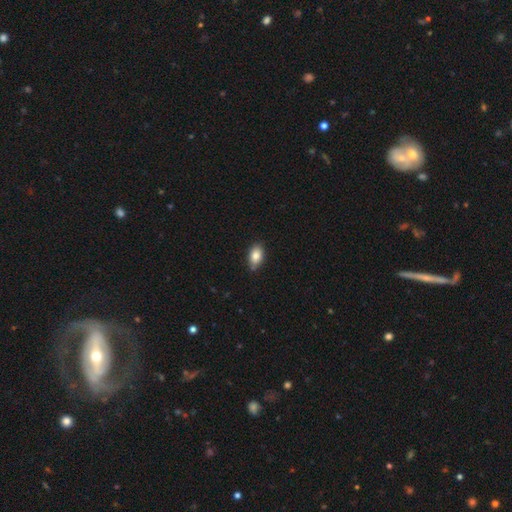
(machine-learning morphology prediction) A smooth galaxy with no disk features (82%) that is in between round and cigar-shaped (90%).

Vote fractions:
- Smooth or featured? smooth: 82% / featured or disk: 10% / star or artifact: 8%
- How rounded? in between: 90% / round: 8% / cigar-shaped: 2%
- Merging? none: 79% / minor disturbance: 17% / major disturbance: 2% / merger: 2%